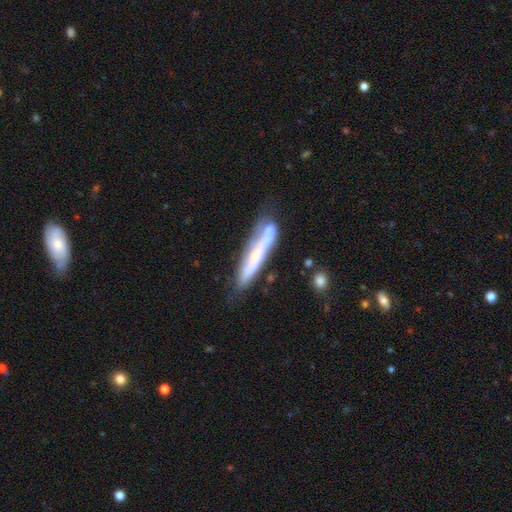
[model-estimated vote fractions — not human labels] A featured or disk galaxy (52%) viewed edge-on (57%).

Vote fractions:
- Smooth or featured? featured or disk: 52% / smooth: 41% / star or artifact: 7%
- Edge-on disk? yes: 57% / no: 43%
- Merging? none: 48% / minor disturbance: 24% / merger: 18% / major disturbance: 11%